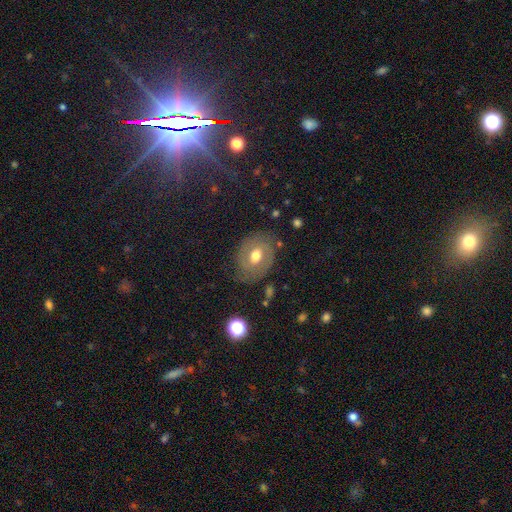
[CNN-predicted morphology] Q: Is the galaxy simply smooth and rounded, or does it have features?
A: featured or disk — 55%.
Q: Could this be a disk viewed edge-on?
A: no — 95%.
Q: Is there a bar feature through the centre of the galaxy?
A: no — 59%.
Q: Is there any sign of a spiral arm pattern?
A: yes — 60%.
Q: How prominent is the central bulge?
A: moderate — 76%.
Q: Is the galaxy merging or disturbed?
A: none — 72%.